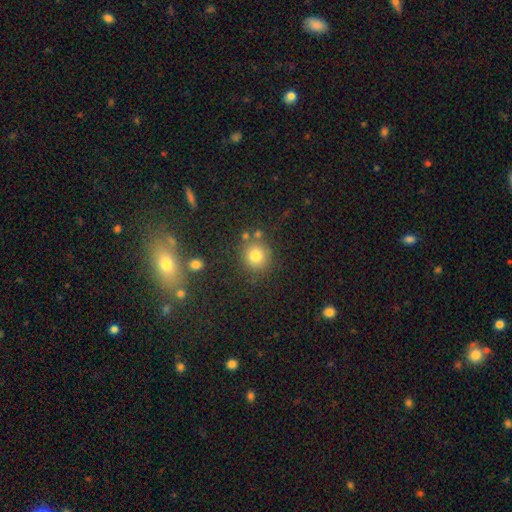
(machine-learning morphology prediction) This appears to be a smooth galaxy with no disk features (78%) that is round (88%). Merging: none (79%).